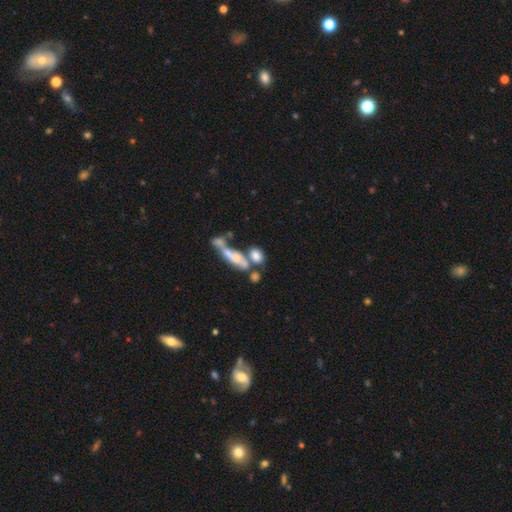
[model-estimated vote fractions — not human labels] smooth-or-featured: smooth: 62% | featured or disk: 27% | star or artifact: 11%
  how-rounded: in between: 69% | cigar-shaped: 17% | round: 14%
  merging: merger: 50% | none: 27% | minor disturbance: 12% | major disturbance: 12%